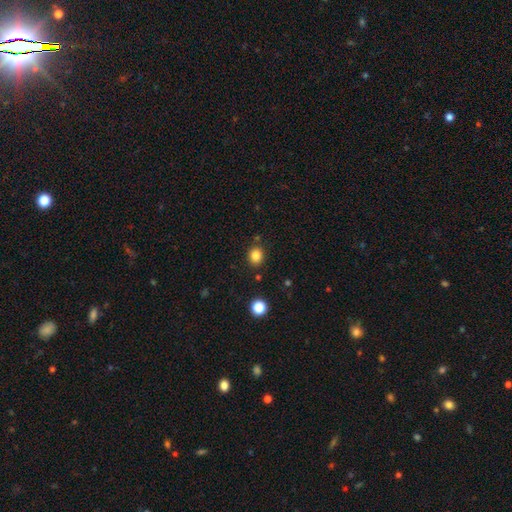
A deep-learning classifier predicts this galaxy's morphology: Q: Smooth or featured?
A: smooth (83%); runner-up: star or artifact (12%)
Q: How rounded?
A: round (69%); runner-up: in between (31%)
Q: Merging?
A: none (85%); runner-up: minor disturbance (9%)